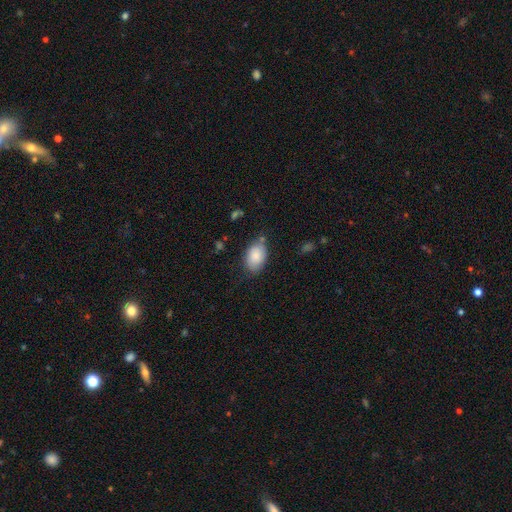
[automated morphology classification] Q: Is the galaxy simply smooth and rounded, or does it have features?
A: smooth — 86%.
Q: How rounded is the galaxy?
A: in between — 88%.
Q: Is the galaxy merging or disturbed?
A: none — 70%.